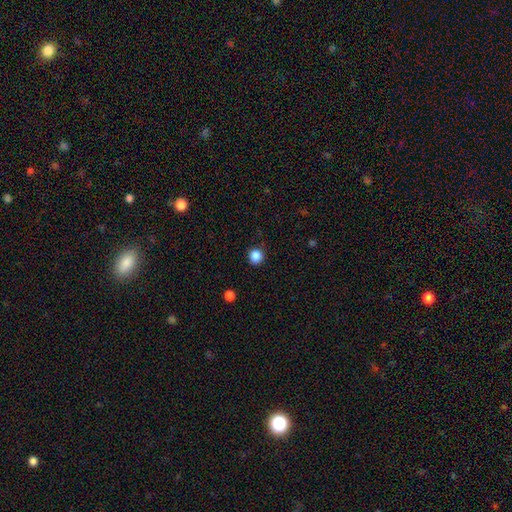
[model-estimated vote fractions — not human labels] Smooth or featured? Predicted: smooth (p=0.86). How rounded? Predicted: round (p=0.92). Merging? Predicted: none (p=0.89).